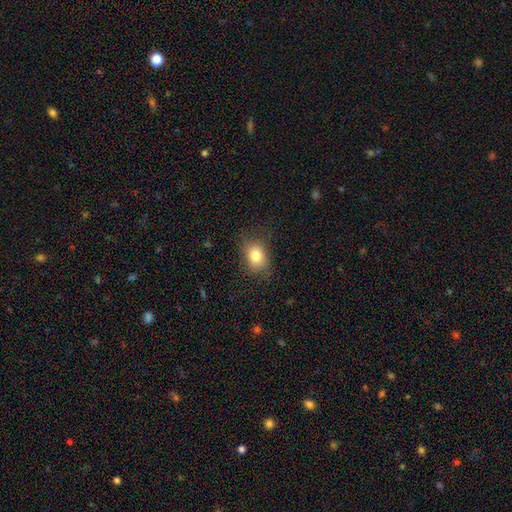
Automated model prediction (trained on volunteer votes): Smooth or featured? Predicted: smooth (p=0.82). How rounded? Predicted: in between (p=0.62). Merging? Predicted: none (p=0.79).